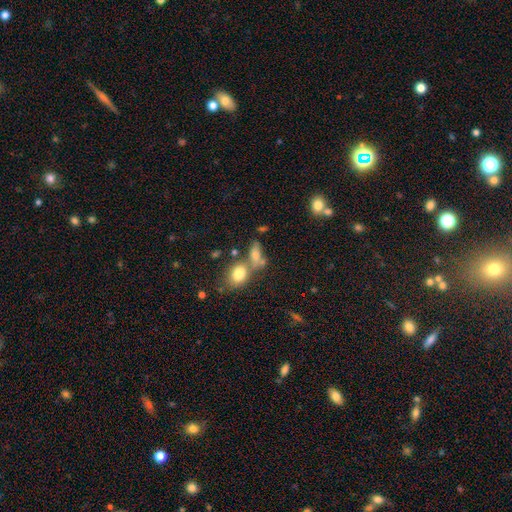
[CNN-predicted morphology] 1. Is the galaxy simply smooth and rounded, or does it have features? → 70% smooth, 17% featured or disk, 12% star or artifact.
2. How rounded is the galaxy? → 72% in between, 15% round, 14% cigar-shaped.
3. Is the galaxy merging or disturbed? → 43% none, 37% merger, 13% minor disturbance, 7% major disturbance.